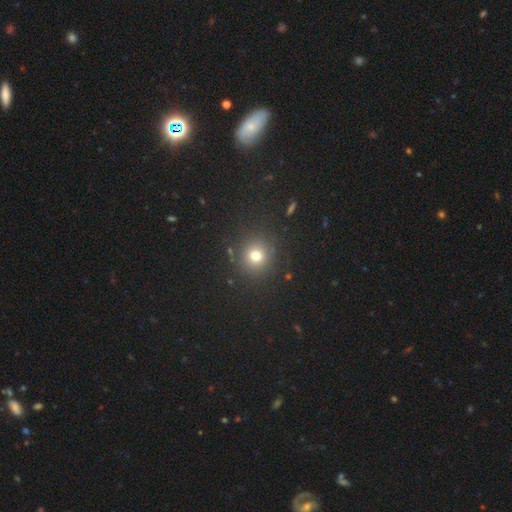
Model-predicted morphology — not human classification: Overall: smooth (73%). How rounded: round (91%). Merging: none (88%).